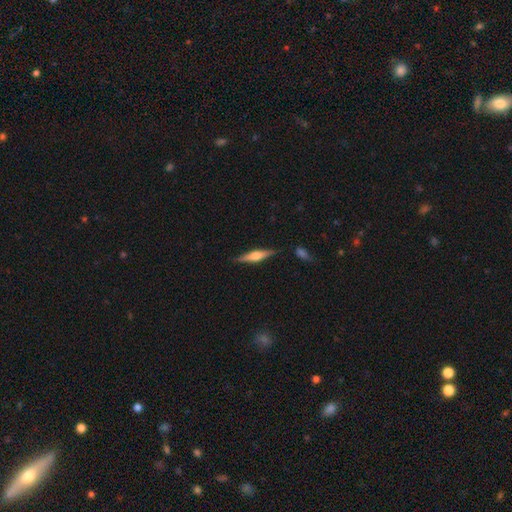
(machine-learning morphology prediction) Smooth or featured? featured or disk (56%)
Edge-on disk? yes (96%)
Edge-on bulge? rounded (84%)
Merging? none (85%)